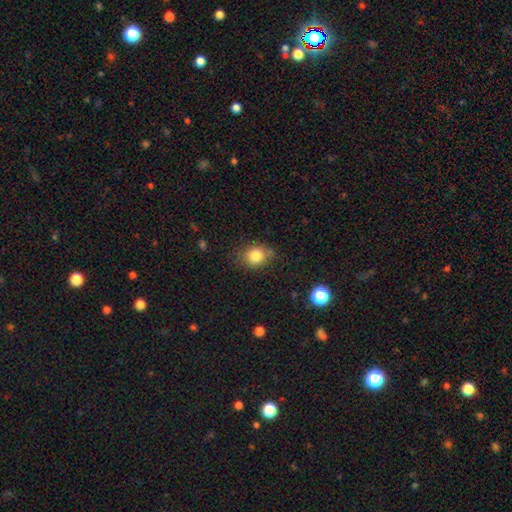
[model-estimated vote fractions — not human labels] A smooth galaxy with no disk features (82%) that is round (68%).

Vote fractions:
- Smooth or featured? smooth: 82% / star or artifact: 11% / featured or disk: 7%
- How rounded? round: 68% / in between: 31% / cigar-shaped: 1%
- Merging? none: 73% / minor disturbance: 19% / major disturbance: 4% / merger: 3%